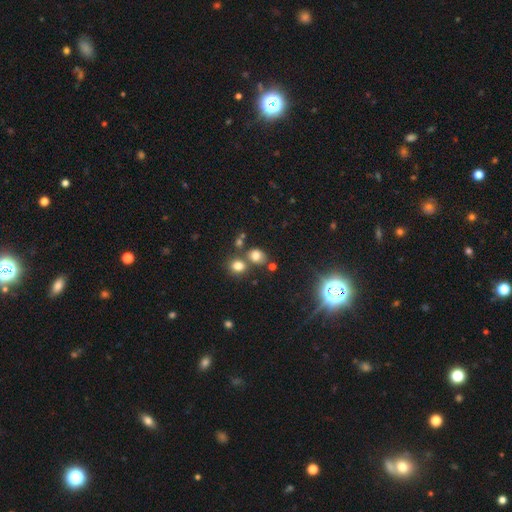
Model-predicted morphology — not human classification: Smooth or featured: smooth — 74% (star or artifact — 17%)
How rounded: round — 57% (in between — 41%)
Merging: none — 61% (merger — 24%)